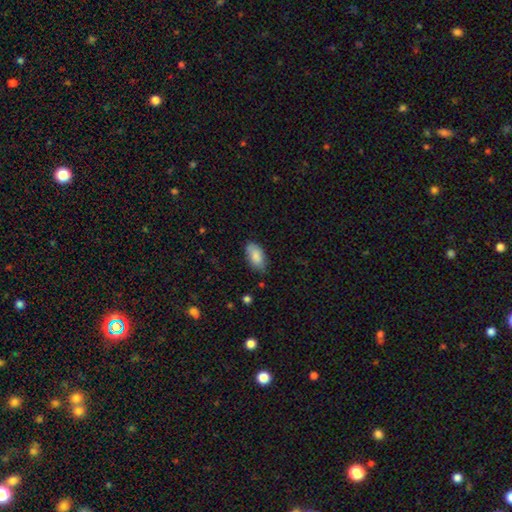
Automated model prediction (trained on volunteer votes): Smooth or featured? Predicted: smooth (p=0.85). How rounded? Predicted: in between (p=0.93). Merging? Predicted: none (p=0.70).